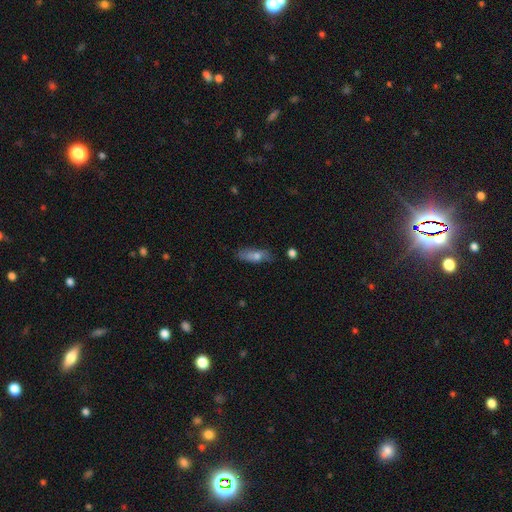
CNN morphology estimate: smooth-or-featured: smooth: 62% | featured or disk: 29% | star or artifact: 9%
  how-rounded: in between: 54% | cigar-shaped: 42% | round: 4%
  merging: none: 71% | minor disturbance: 20% | major disturbance: 6% | merger: 3%